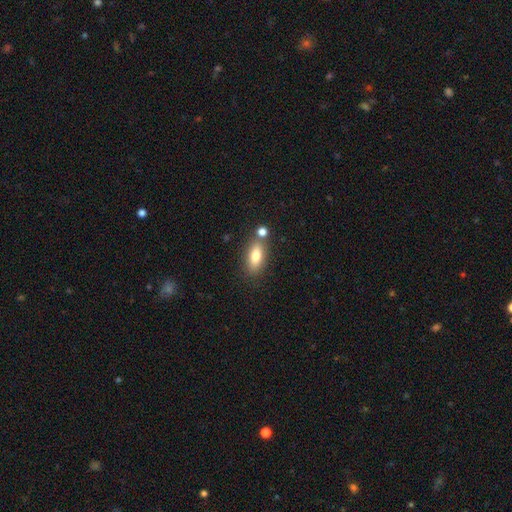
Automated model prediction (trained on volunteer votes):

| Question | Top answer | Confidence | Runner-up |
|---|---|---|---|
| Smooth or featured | smooth | 79% | featured or disk (13%) |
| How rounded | in between | 81% | cigar-shaped (13%) |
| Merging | none | 67% | merger (17%) |